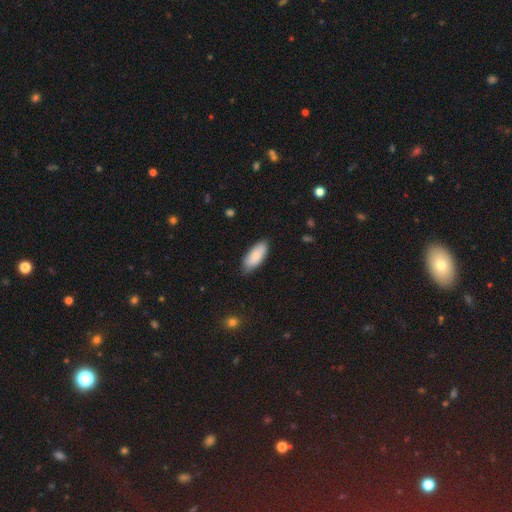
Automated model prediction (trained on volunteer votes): This appears to be a smooth galaxy with no disk features (83%) that is in between round and cigar-shaped (85%). Merging: none (79%).